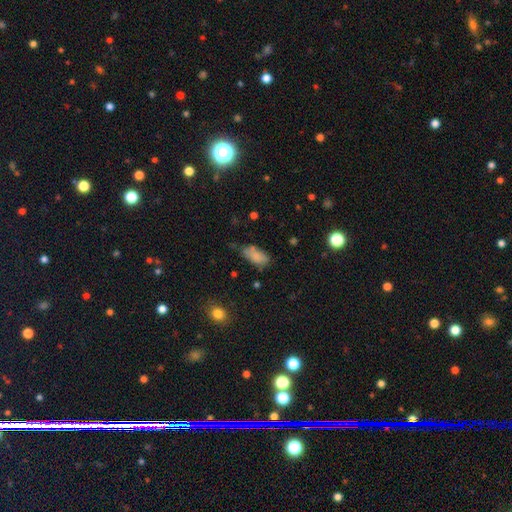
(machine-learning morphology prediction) The model was most divided on "merging": none: 55%, minor disturbance: 30%, major disturbance: 9%, merger: 5%. More confident: how rounded — in between (89%); smooth or featured — smooth (82%).